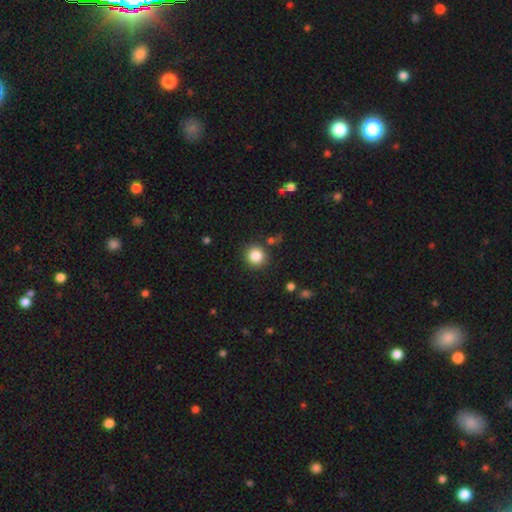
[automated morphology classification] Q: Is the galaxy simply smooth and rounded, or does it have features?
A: smooth — 84%.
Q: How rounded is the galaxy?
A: round — 90%.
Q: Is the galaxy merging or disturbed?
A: none — 86%.